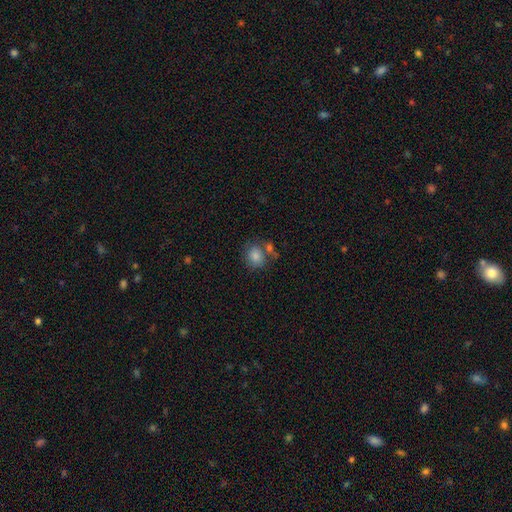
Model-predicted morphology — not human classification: Smooth or featured? smooth (82%)
How rounded? round (74%)
Merging? none (57%)